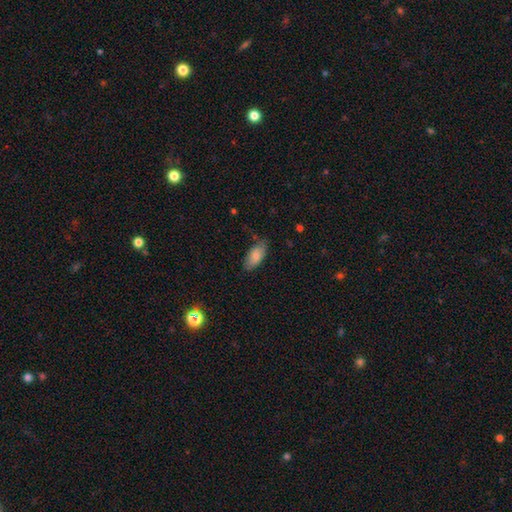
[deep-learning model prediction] smooth-or-featured: smooth: 81% | featured or disk: 13% | star or artifact: 7%
  how-rounded: in between: 89% | cigar-shaped: 9% | round: 2%
  merging: none: 71% | minor disturbance: 23% | major disturbance: 4% | merger: 2%